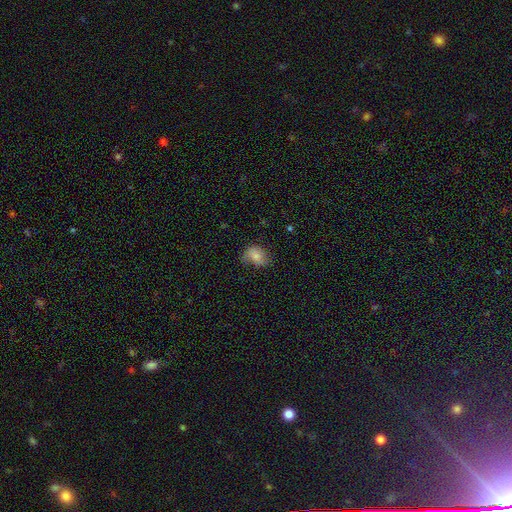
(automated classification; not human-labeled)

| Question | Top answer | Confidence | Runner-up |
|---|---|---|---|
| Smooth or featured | smooth | 66% | featured or disk (25%) |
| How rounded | in between | 68% | round (31%) |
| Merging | none | 54% | minor disturbance (32%) |